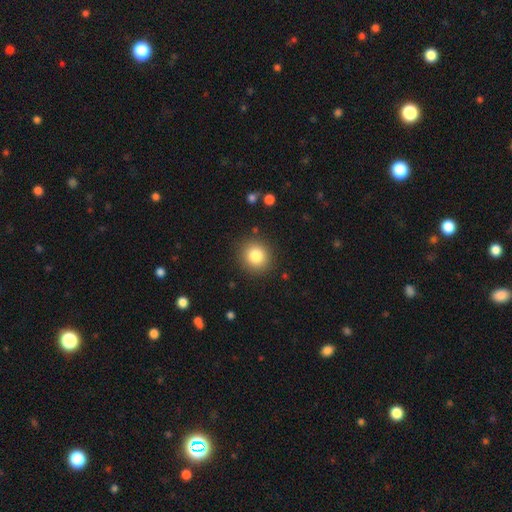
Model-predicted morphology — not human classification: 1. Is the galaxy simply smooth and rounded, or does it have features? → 83% smooth, 10% star or artifact, 7% featured or disk.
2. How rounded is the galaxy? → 88% round, 11% in between, 1% cigar-shaped.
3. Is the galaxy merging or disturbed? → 89% none, 7% minor disturbance, 2% major disturbance, 1% merger.